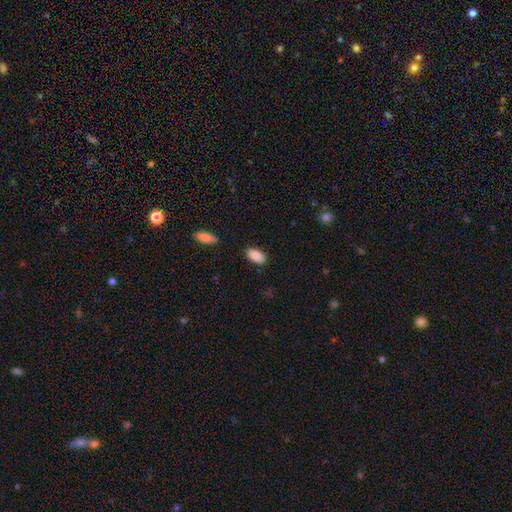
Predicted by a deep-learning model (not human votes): A smooth galaxy with no disk features (89%) that is in between round and cigar-shaped (94%). Merging: none (87%).